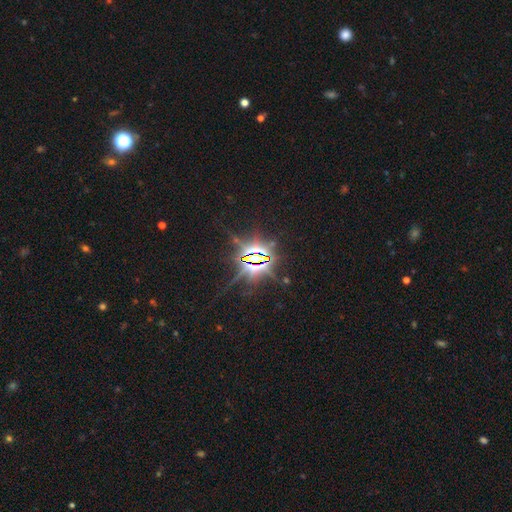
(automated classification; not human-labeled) The model was most divided on "smooth or featured": star or artifact: 87%, featured or disk: 7%, smooth: 6%.